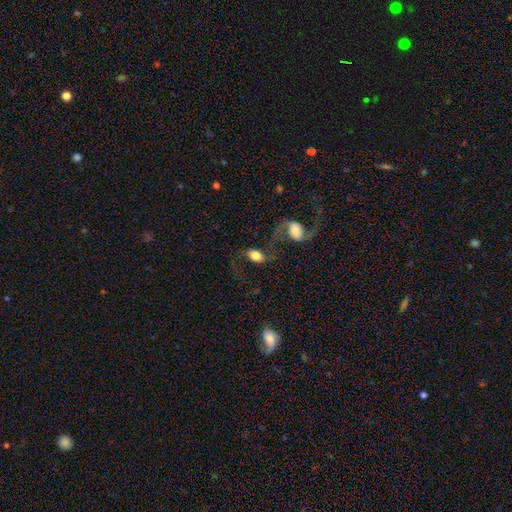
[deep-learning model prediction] Overall: smooth (54%; featured or disk 38%). How rounded: in between (82%). Merging: none (43%; merger 22%).